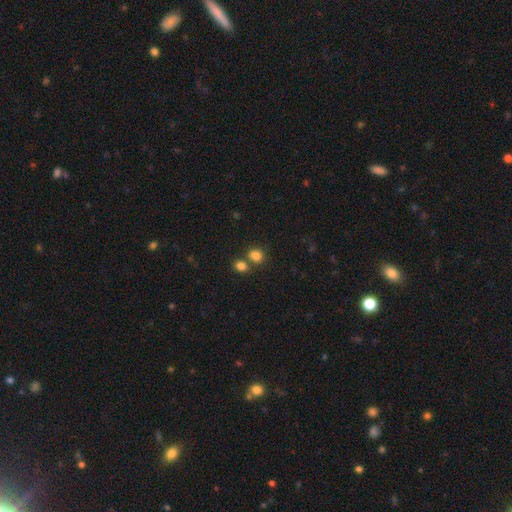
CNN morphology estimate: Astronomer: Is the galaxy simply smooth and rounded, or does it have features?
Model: smooth — 83%.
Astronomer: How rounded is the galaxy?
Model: round — 70%.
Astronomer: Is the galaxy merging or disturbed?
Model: none — 58%.